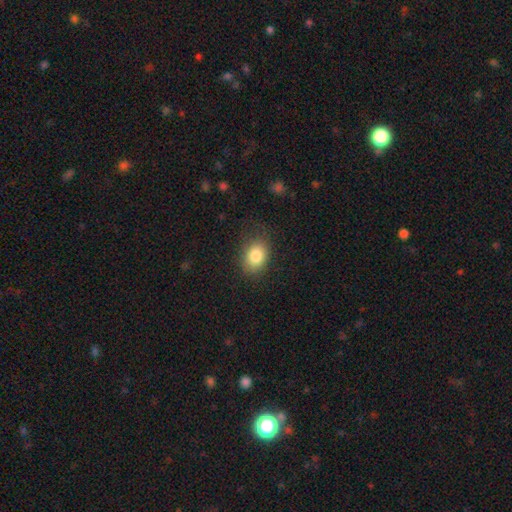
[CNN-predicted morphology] Smooth or featured? Predicted: smooth (p=0.83). How rounded? Predicted: in between (p=0.72). Merging? Predicted: none (p=0.77).